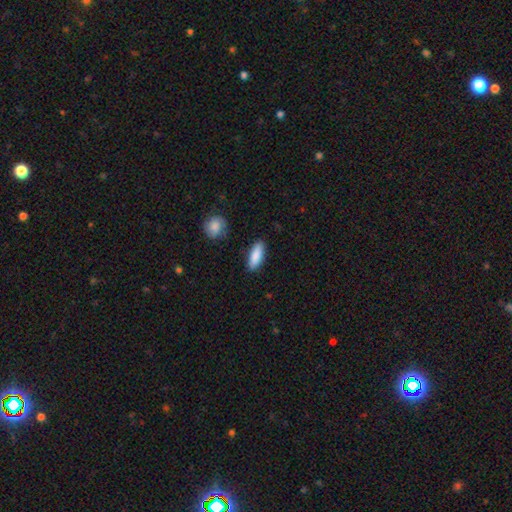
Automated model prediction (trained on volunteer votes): Overall: smooth (87%). How rounded: in between (65%; cigar-shaped 33%). Merging: none (85%).